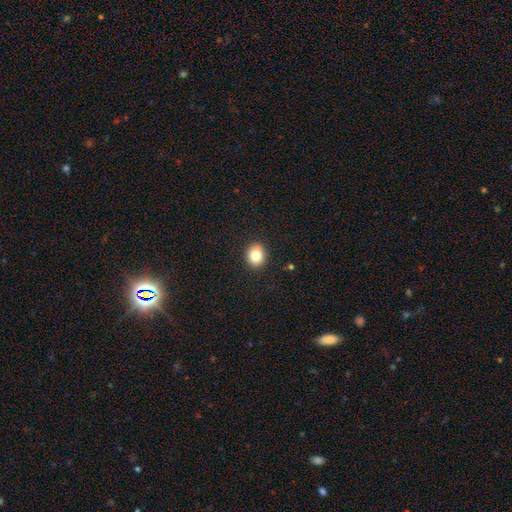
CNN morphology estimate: Smooth or featured? Predicted: smooth (p=0.82). How rounded? Predicted: round (p=0.68). Merging? Predicted: none (p=0.91).